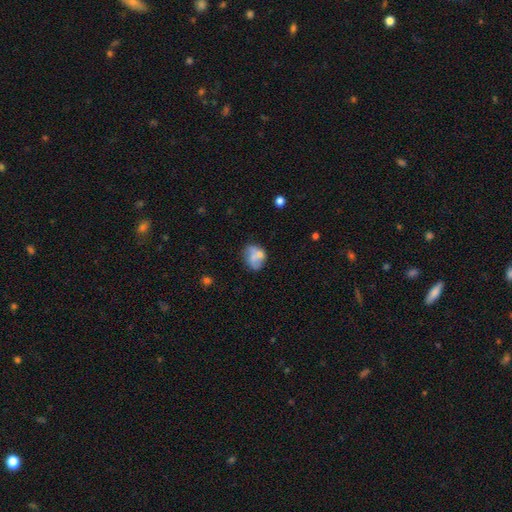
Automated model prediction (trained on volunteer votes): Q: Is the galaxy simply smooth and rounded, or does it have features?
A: smooth — 56%.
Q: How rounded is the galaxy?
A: in between — 60%.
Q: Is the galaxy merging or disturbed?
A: none — 36%.